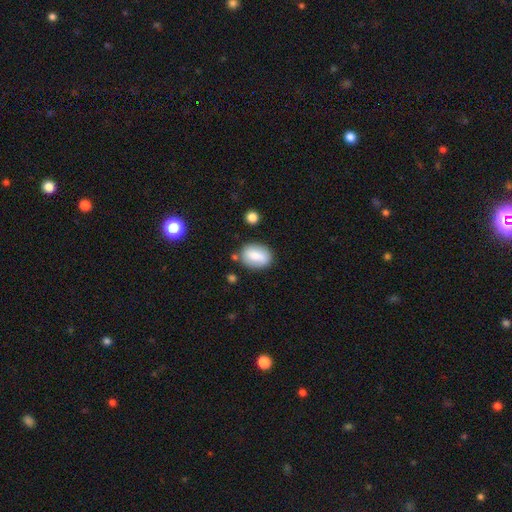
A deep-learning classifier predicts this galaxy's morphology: type=smooth (77%); roundness=in between (73%); merging=none (76%).